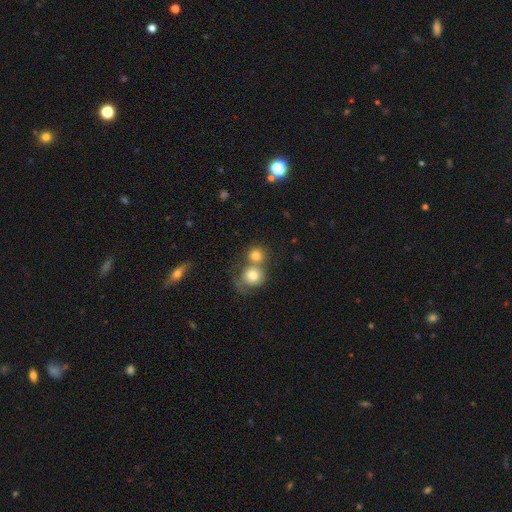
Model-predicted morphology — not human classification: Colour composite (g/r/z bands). It shows a smooth galaxy with no disk features (78%) that is round (85%). Merging: merger (49%).